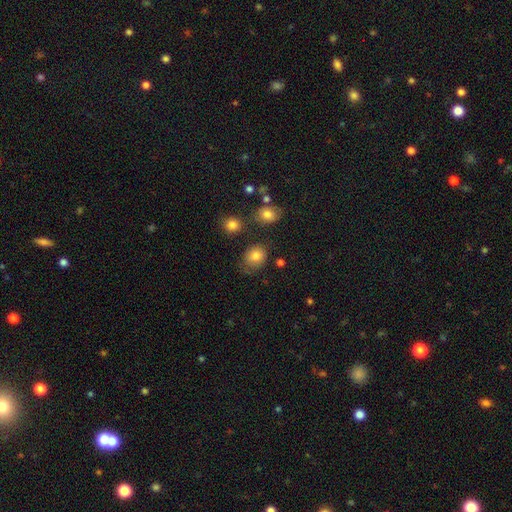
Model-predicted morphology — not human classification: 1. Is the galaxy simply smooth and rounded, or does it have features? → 82% smooth, 10% star or artifact, 8% featured or disk.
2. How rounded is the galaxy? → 53% round, 46% in between, 1% cigar-shaped.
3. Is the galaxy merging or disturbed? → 65% none, 23% minor disturbance, 7% major disturbance, 5% merger.